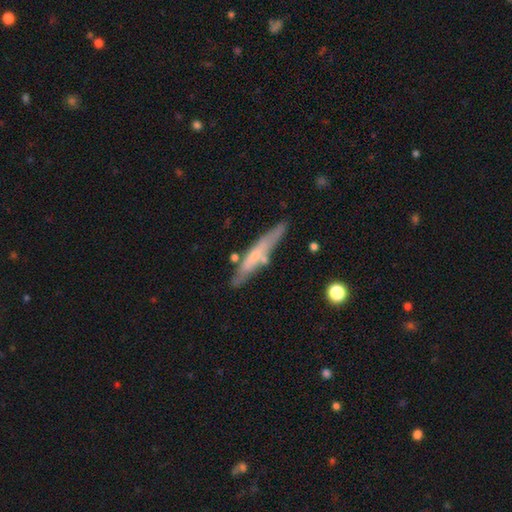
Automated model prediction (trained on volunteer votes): Overall: featured or disk (51%; smooth 43%). Edge-on disk: yes (81%). Merging: none (73%).